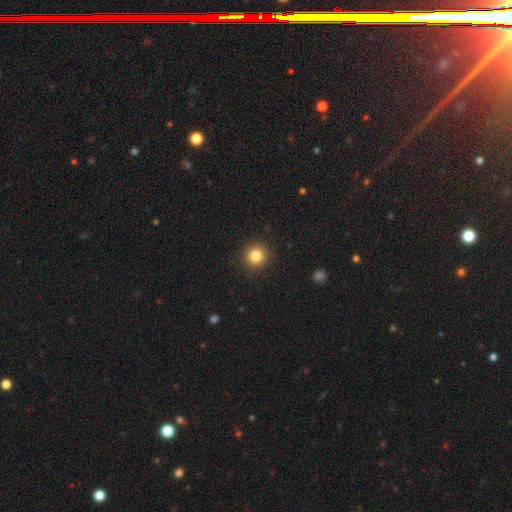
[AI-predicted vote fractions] Smooth or featured? Predicted: smooth (p=0.83). How rounded? Predicted: round (p=0.94). Merging? Predicted: none (p=0.92).